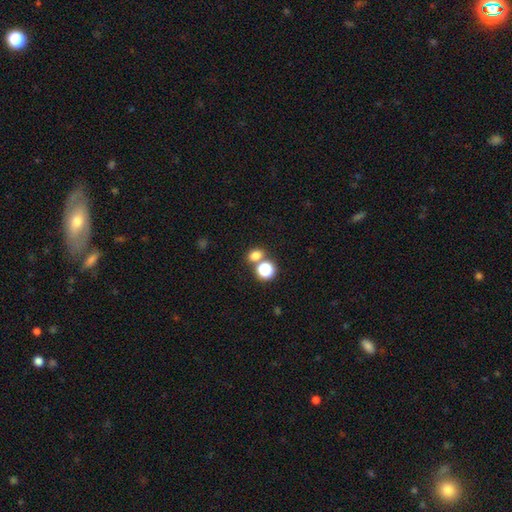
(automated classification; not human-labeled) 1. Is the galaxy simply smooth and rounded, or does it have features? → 76% smooth, 18% star or artifact, 6% featured or disk.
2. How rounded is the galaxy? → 53% round, 46% in between, 1% cigar-shaped.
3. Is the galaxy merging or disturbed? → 60% none, 28% merger, 8% minor disturbance, 3% major disturbance.